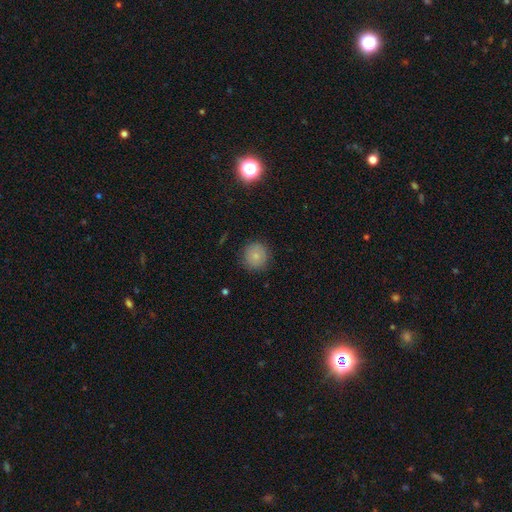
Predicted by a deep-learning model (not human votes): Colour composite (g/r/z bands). It shows a smooth galaxy with no disk features (78%) that is round (93%). Merging: none (85%).